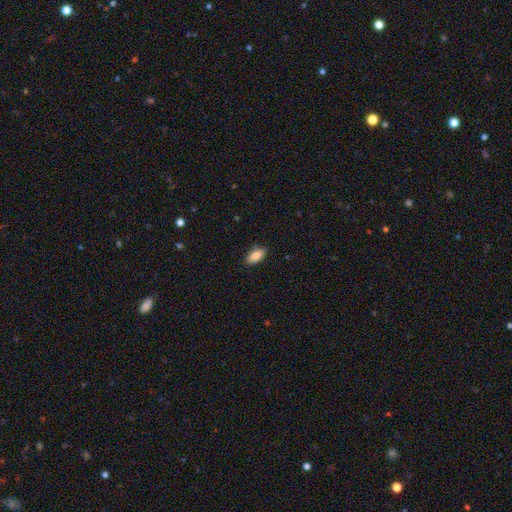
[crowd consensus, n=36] Morphology: type=smooth (97%); roundness=in between (94%); merging=none (89%).